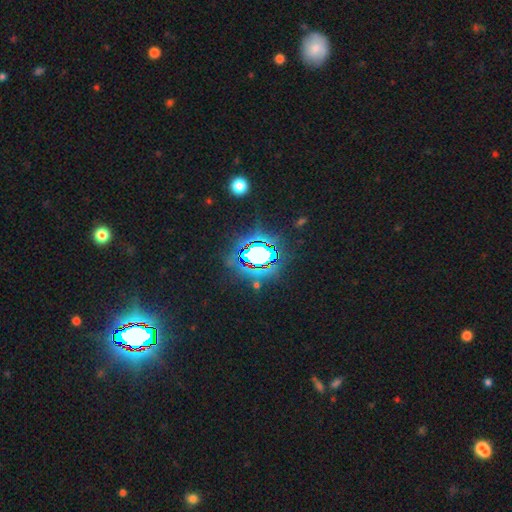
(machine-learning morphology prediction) star or artifact 74%, smooth 15%, featured or disk 11%.